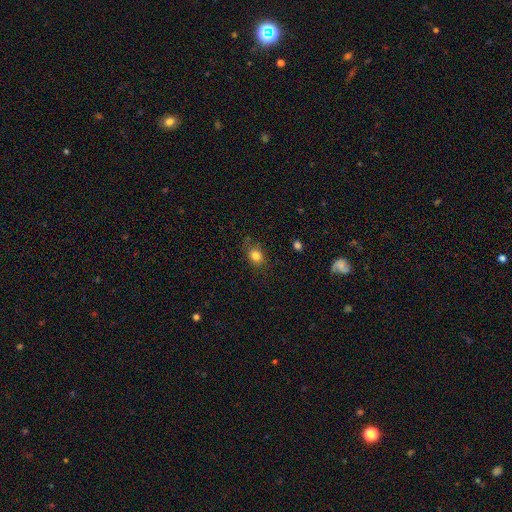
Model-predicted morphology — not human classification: Smooth or featured?
  - smooth: 82% *
  - star or artifact: 11%
  - featured or disk: 7%
How rounded?
  - in between: 50% *
  - round: 49%
  - cigar-shaped: 1%
Merging?
  - none: 76% *
  - minor disturbance: 18%
  - major disturbance: 5%
  - merger: 2%